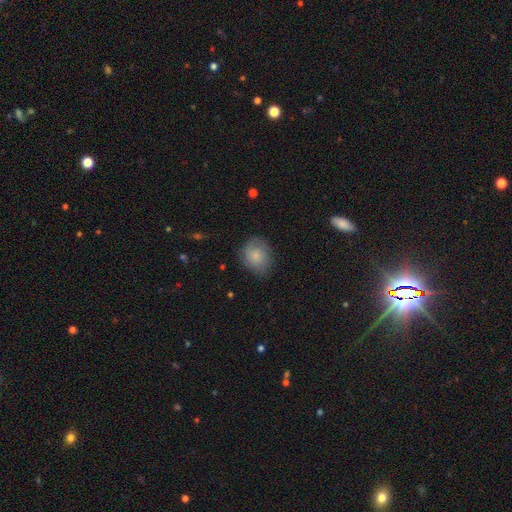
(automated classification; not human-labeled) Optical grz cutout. It shows a smooth galaxy with no disk features (77%) that is round (61%). Merging: none (73%).